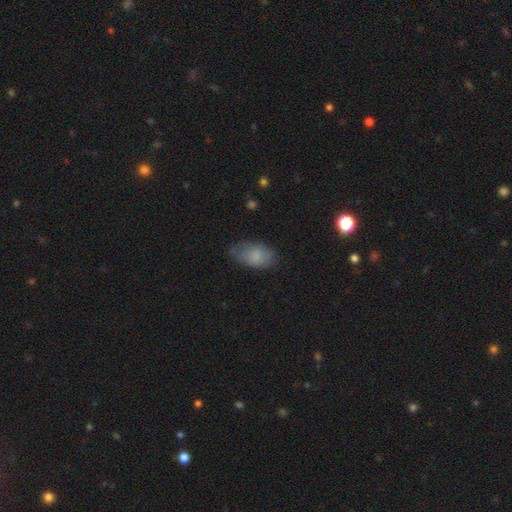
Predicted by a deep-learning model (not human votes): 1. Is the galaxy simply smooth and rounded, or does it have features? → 77% smooth, 15% featured or disk, 8% star or artifact.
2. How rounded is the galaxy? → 91% in between, 7% round, 2% cigar-shaped.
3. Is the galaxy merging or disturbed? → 62% none, 28% minor disturbance, 9% major disturbance, 2% merger.